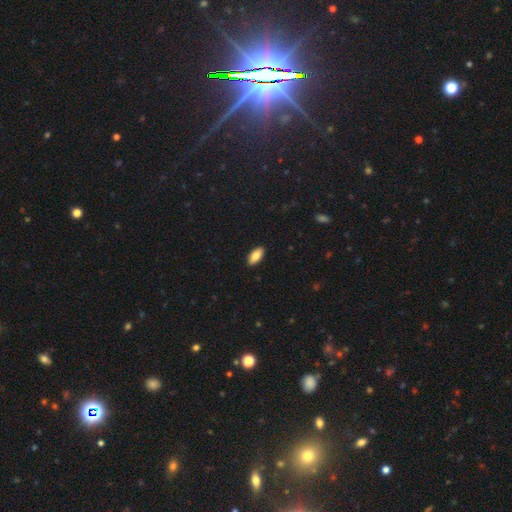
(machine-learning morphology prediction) This is clearly a smooth galaxy (84%). How rounded: clearly in between (90%). Merging: clearly none (90%).